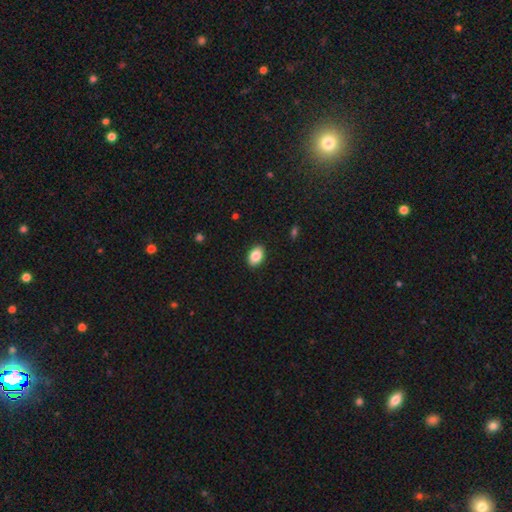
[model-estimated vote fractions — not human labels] smooth 87%, star or artifact 7%, featured or disk 6%. Down the decision tree: how rounded — in between (89%); merging — none (90%).